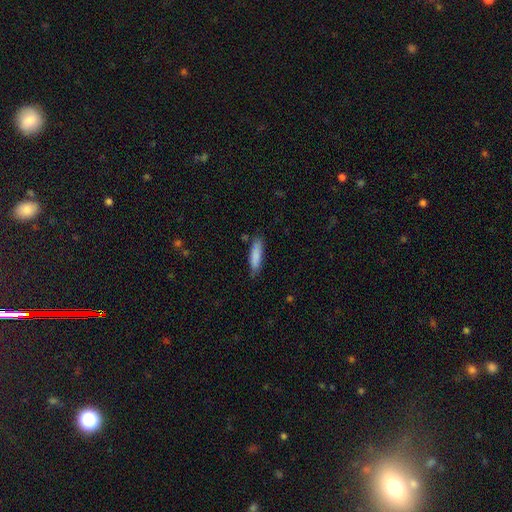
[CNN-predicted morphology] This is clearly a smooth galaxy (82%). How rounded: likely cigar-shaped (68%). Merging: likely none (79%).